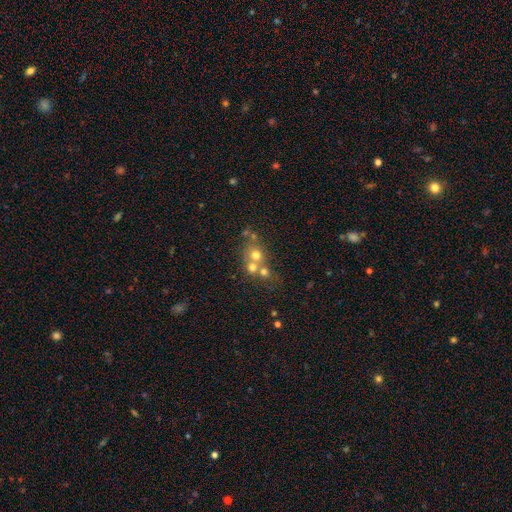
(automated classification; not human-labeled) Smooth or featured? smooth (58%)
How rounded? round (80%)
Merging? merger (50%)